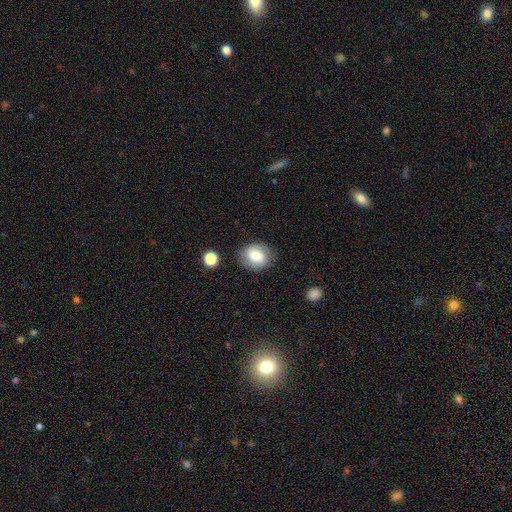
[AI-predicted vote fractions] smooth_or_featured: smooth (p=0.72) [alt: featured or disk p=0.19]
how_rounded: round (p=0.54) [alt: in between p=0.45]
merging: none (p=0.81) [alt: minor disturbance p=0.13]